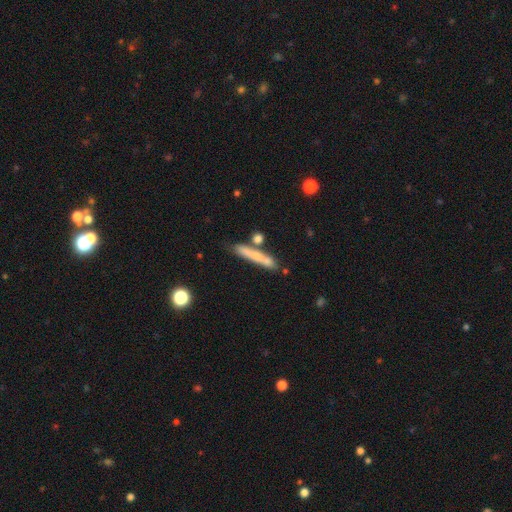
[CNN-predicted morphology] smooth-or-featured: smooth: 63% | featured or disk: 29% | star or artifact: 8%
  how-rounded: cigar-shaped: 92% | in between: 6% | round: 2%
  merging: none: 65% | minor disturbance: 16% | merger: 14% | major disturbance: 5%